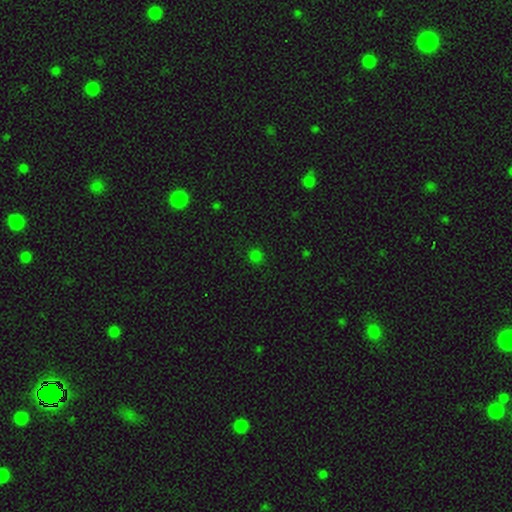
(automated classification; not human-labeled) A smooth galaxy with no disk features (76%) that is round (90%).

Vote fractions:
- Smooth or featured? smooth: 76% / star or artifact: 21% / featured or disk: 3%
- How rounded? round: 90% / in between: 9% / cigar-shaped: 1%
- Merging? none: 90% / minor disturbance: 7% / major disturbance: 2% / merger: 1%